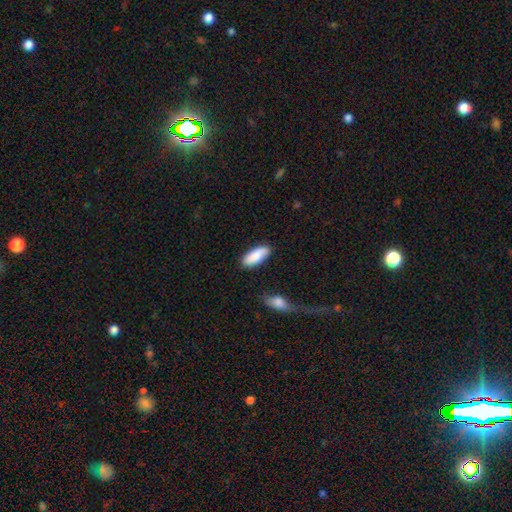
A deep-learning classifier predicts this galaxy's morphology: Smooth or featured?
  - smooth: 87% *
  - featured or disk: 8%
  - star or artifact: 6%
How rounded?
  - in between: 75% *
  - cigar-shaped: 23%
  - round: 2%
Merging?
  - none: 83% *
  - minor disturbance: 12%
  - merger: 3%
  - major disturbance: 2%